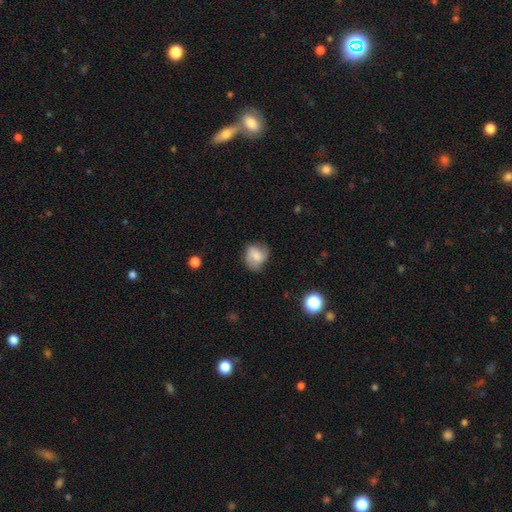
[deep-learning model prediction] The model was most divided on "how rounded": round: 58%, in between: 41%, cigar-shaped: 1%. More confident: merging — none (64%); smooth or featured — smooth (61%).